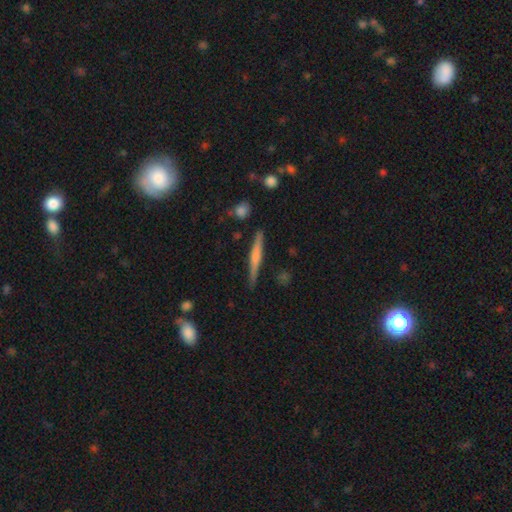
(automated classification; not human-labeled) Q: Smooth or featured?
A: featured or disk (56%); runner-up: smooth (38%)
Q: Edge-on disk?
A: yes (97%); runner-up: no (3%)
Q: Edge-on bulge?
A: rounded (48%); runner-up: none (30%)
Q: Merging?
A: none (86%); runner-up: minor disturbance (10%)